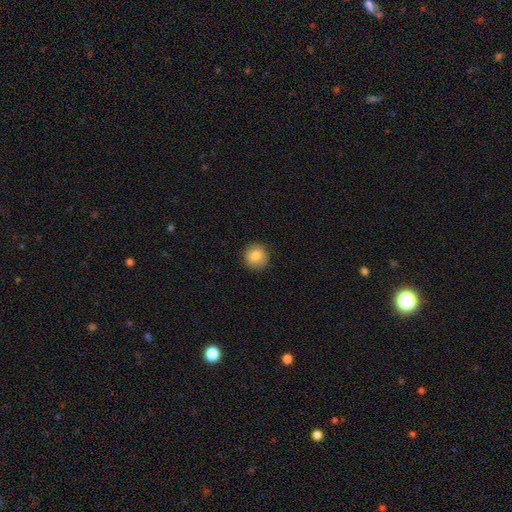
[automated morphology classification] Overall: smooth (82%). How rounded: round (90%). Merging: none (88%).